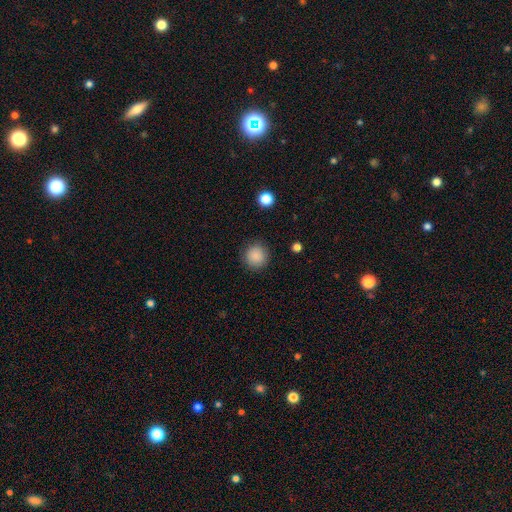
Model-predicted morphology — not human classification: smooth-or-featured: smooth: 88% | star or artifact: 9% | featured or disk: 3%
  how-rounded: round: 94% | in between: 5% | cigar-shaped: 1%
  merging: none: 89% | minor disturbance: 7% | major disturbance: 3% | merger: 1%